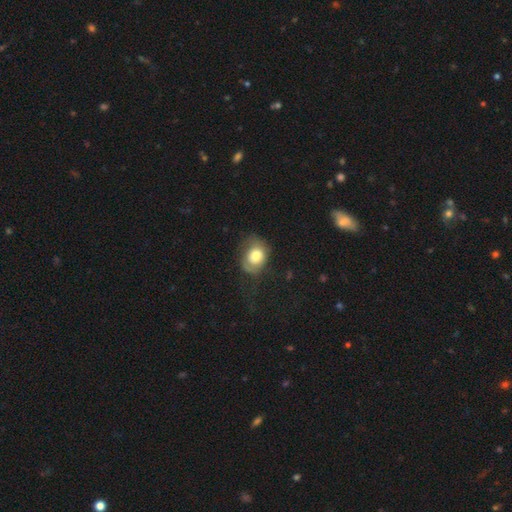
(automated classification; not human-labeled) smooth-or-featured: smooth: 71% | featured or disk: 21% | star or artifact: 8%
  how-rounded: in between: 51% | round: 48% | cigar-shaped: 1%
  merging: none: 46% | minor disturbance: 30% | major disturbance: 22% | merger: 2%